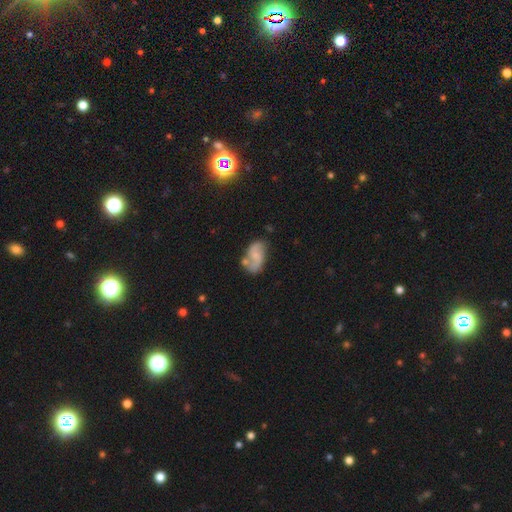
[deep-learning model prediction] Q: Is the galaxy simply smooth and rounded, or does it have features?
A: featured or disk — 66%.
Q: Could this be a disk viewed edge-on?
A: no — 97%.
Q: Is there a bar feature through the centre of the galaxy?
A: no — 55%.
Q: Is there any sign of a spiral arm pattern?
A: yes — 89%.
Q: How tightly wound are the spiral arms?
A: loose — 51%.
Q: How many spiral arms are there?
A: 2 — 87%.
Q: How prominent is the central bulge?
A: small — 47%.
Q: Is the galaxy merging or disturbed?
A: none — 53%.